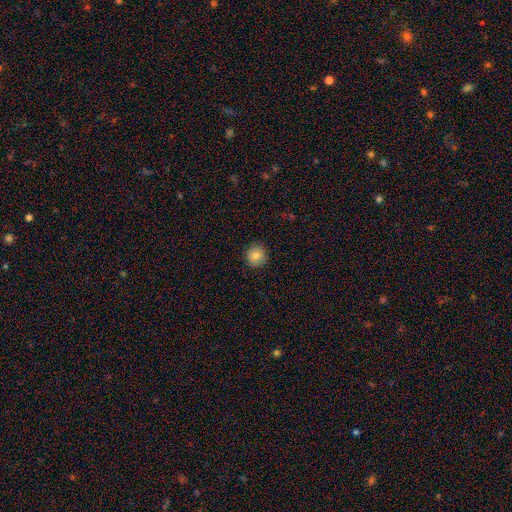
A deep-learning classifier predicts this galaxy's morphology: Smooth or featured? Predicted: smooth (p=0.83). How rounded? Predicted: round (p=0.92). Merging? Predicted: none (p=0.90).